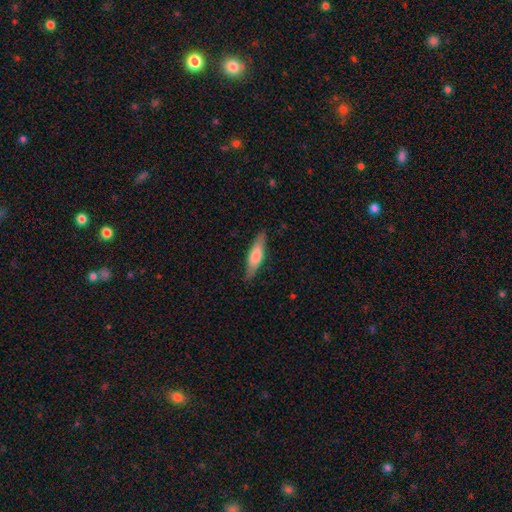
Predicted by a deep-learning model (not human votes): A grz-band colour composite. It shows a smooth galaxy with no disk features (62%) that is cigar-shaped (72%). Merging: none (85%).